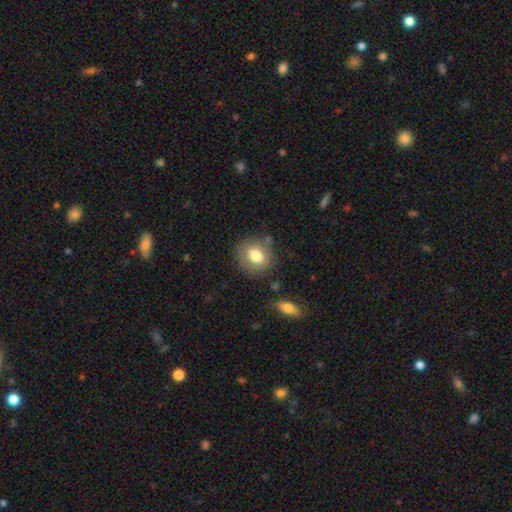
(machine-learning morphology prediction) Overall: smooth (77%). How rounded: round (66%; in between 33%). Merging: none (78%).